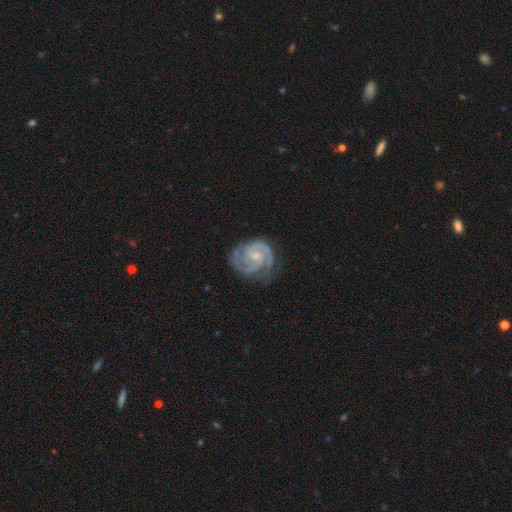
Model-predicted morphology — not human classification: Smooth or featured?
  - featured or disk: 93% *
  - star or artifact: 4%
  - smooth: 4%
Edge-on disk?
  - no: 98% *
  - yes: 2%
Bar?
  - no: 57% *
  - weak: 35%
  - strong: 8%
Spiral arms?
  - yes: 99% *
  - no: 1%
Spiral winding?
  - tight: 58% *
  - medium: 38%
  - loose: 4%
Spiral arm count?
  - 2: 74% *
  - 3: 15%
  - can't tell: 4%
  - 4: 2%
  - 1: 2%
  - more than 4: 2%
Bulge size?
  - small: 65% *
  - moderate: 29%
  - none: 4%
  - large: 1%
  - dominant: 1%
Merging?
  - none: 72% *
  - minor disturbance: 20%
  - major disturbance: 6%
  - merger: 2%